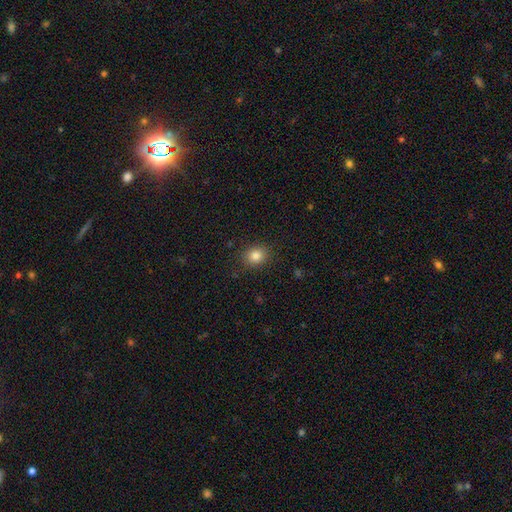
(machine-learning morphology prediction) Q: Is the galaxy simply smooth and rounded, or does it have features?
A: smooth — 82%.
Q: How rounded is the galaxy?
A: round — 65%.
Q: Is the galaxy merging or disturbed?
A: none — 88%.